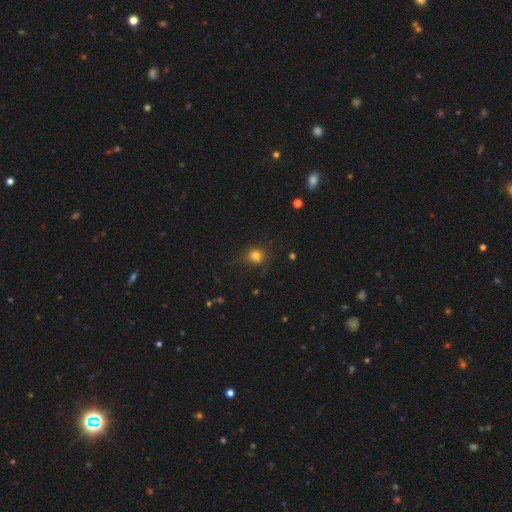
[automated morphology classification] A smooth galaxy with no disk features (79%) that is round (80%).

Vote fractions:
- Smooth or featured? smooth: 79% / star or artifact: 15% / featured or disk: 6%
- How rounded? round: 80% / in between: 19% / cigar-shaped: 1%
- Merging? none: 73% / minor disturbance: 18% / major disturbance: 8% / merger: 2%